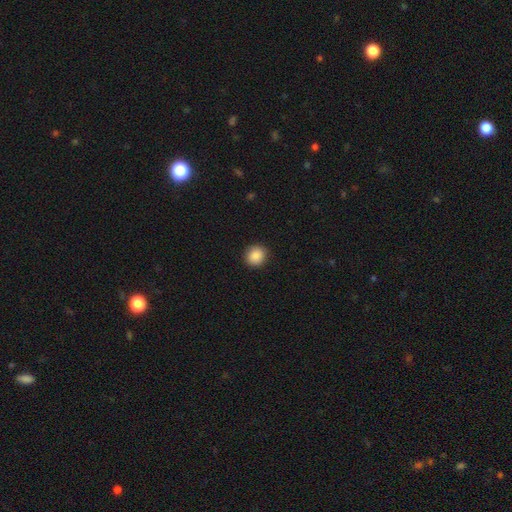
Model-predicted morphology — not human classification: A smooth galaxy with no disk features (88%) that is round (88%). Merging: none (92%).